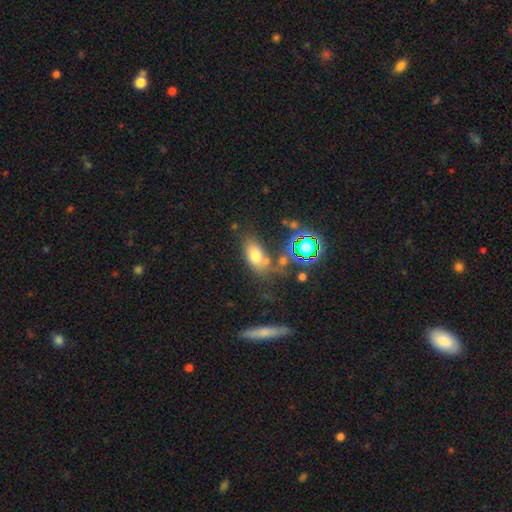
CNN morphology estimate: A smooth galaxy with no disk features (68%) that is in between round and cigar-shaped (84%). Merging: none (56%).